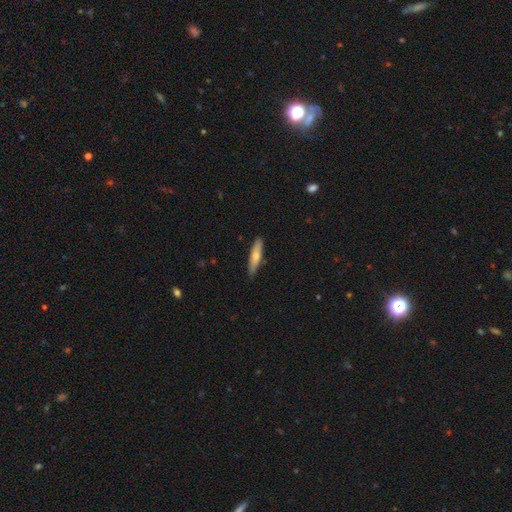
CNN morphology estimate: smooth-or-featured: smooth: 64% | featured or disk: 31% | star or artifact: 5%
  how-rounded: cigar-shaped: 82% | in between: 16% | round: 2%
  merging: none: 86% | minor disturbance: 11% | major disturbance: 2% | merger: 1%